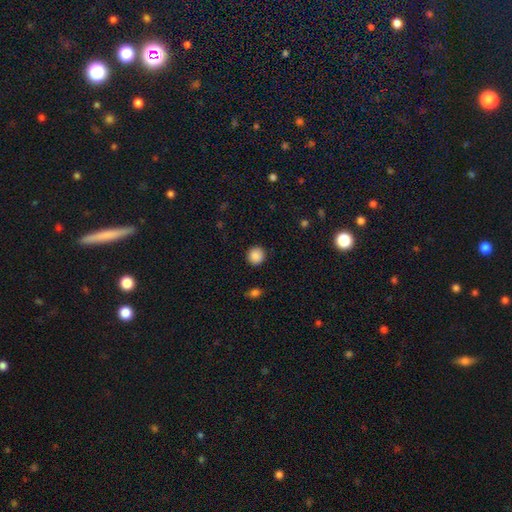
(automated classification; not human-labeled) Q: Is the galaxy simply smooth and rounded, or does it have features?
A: smooth — 88%.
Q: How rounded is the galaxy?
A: round — 91%.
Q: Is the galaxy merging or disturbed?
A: none — 90%.